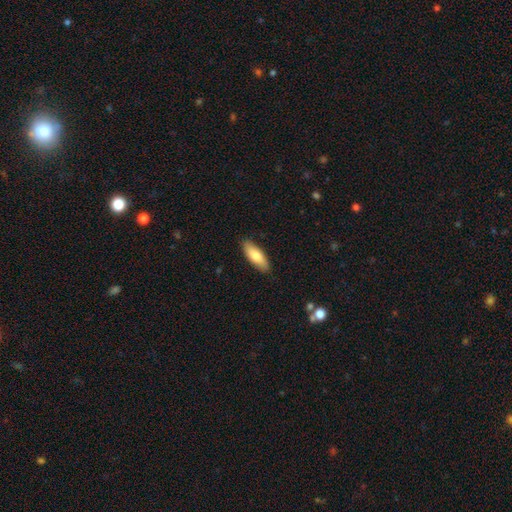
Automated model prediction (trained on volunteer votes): Q: Smooth or featured?
A: smooth (80%); runner-up: featured or disk (15%)
Q: How rounded?
A: in between (67%); runner-up: cigar-shaped (31%)
Q: Merging?
A: none (87%); runner-up: minor disturbance (10%)